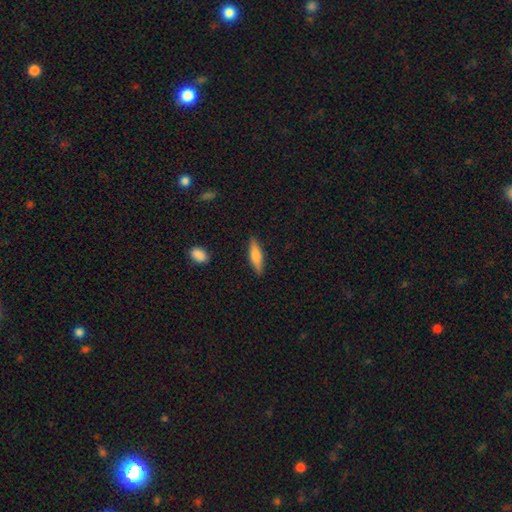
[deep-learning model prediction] Smooth or featured: smooth — 69% (featured or disk — 25%)
How rounded: cigar-shaped — 65% (in between — 33%)
Merging: none — 87% (minor disturbance — 9%)